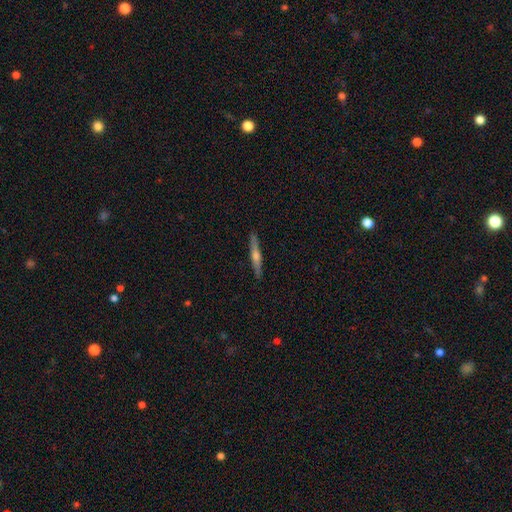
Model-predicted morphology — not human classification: The model was most divided on "smooth or featured": featured or disk: 68%, smooth: 25%, star or artifact: 6%. More confident: edge-on disk — yes (97%); merging — none (91%); edge-on bulge — rounded (86%).